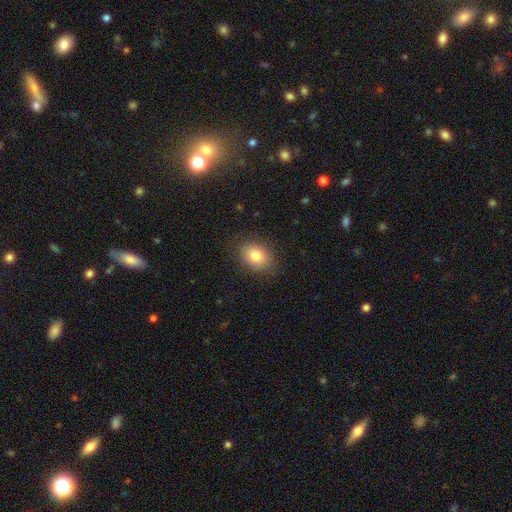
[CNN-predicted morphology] Smooth or featured: smooth — 81% (featured or disk — 10%)
How rounded: in between — 54% (round — 45%)
Merging: none — 83% (minor disturbance — 12%)